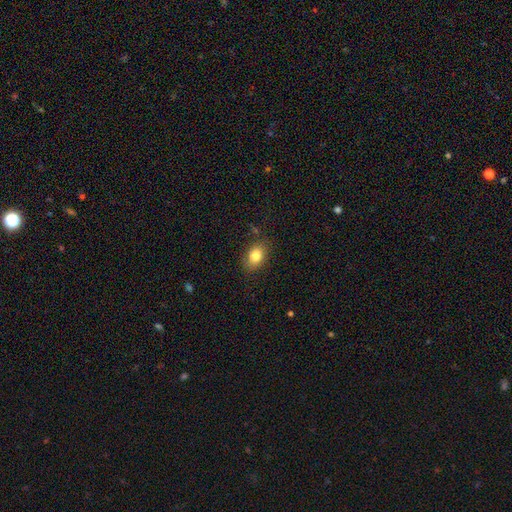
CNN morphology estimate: type=smooth (82%); roundness=in between (76%); merging=none (82%).